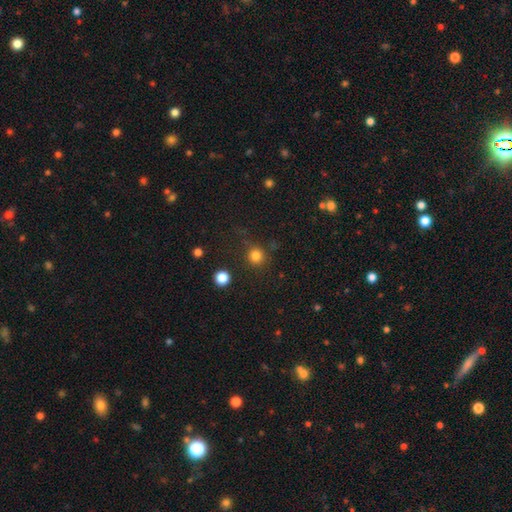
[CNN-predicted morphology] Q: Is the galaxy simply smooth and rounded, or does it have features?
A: smooth — 82%.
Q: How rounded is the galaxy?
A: round — 93%.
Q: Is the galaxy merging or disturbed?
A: none — 83%.